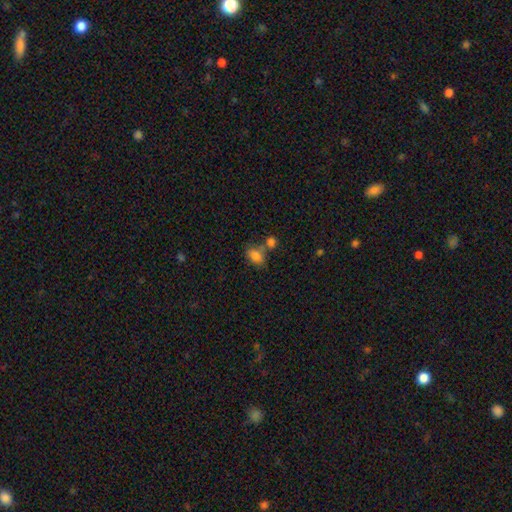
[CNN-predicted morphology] smooth-or-featured: smooth: 81% | star or artifact: 11% | featured or disk: 8%
  how-rounded: in between: 81% | round: 17% | cigar-shaped: 2%
  merging: none: 46% | merger: 33% | minor disturbance: 15% | major disturbance: 6%